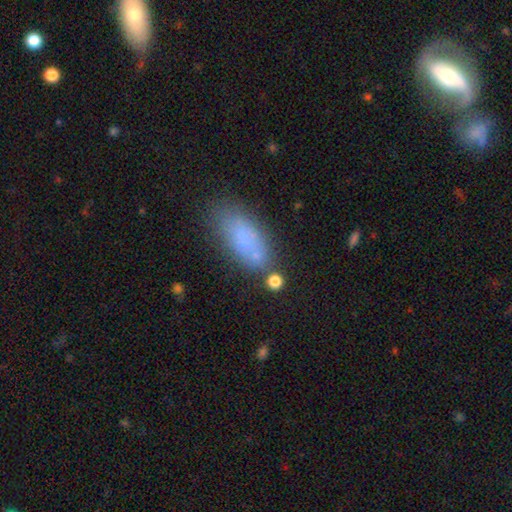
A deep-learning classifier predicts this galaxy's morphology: This is likely a smooth galaxy (73%). How rounded: clearly in between (81%). Merging: possibly none (59%).